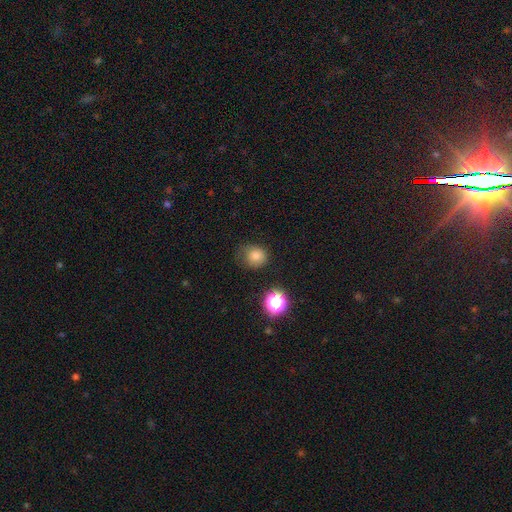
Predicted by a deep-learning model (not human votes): smooth-or-featured: smooth: 79% | star or artifact: 14% | featured or disk: 6%
  how-rounded: round: 80% | in between: 19% | cigar-shaped: 1%
  merging: none: 64% | minor disturbance: 26% | major disturbance: 8% | merger: 2%